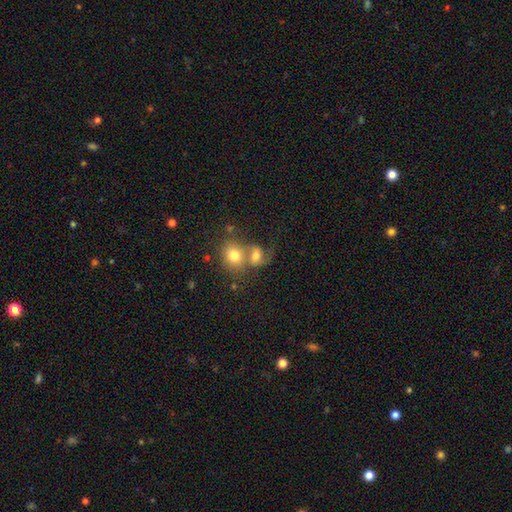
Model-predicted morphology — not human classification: Smooth or featured?
  - smooth: 57% *
  - featured or disk: 32%
  - star or artifact: 11%
How rounded?
  - round: 51% *
  - in between: 48%
  - cigar-shaped: 2%
Merging?
  - merger: 64% *
  - none: 20%
  - major disturbance: 8%
  - minor disturbance: 8%